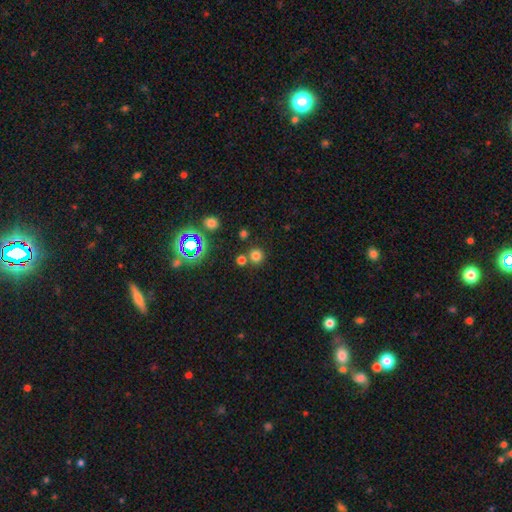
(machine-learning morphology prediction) Q: Smooth or featured?
A: smooth (71%); runner-up: star or artifact (23%)
Q: How rounded?
A: round (93%); runner-up: in between (6%)
Q: Merging?
A: none (74%); runner-up: merger (16%)